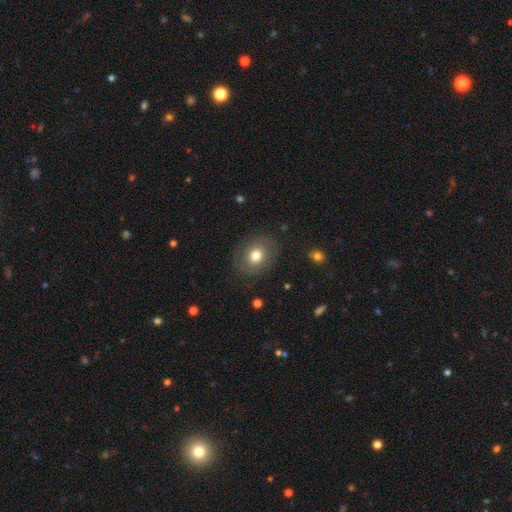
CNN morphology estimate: The model was most divided on "how rounded": round: 58%, in between: 42%, cigar-shaped: 1%. More confident: merging — none (83%); smooth or featured — smooth (72%).